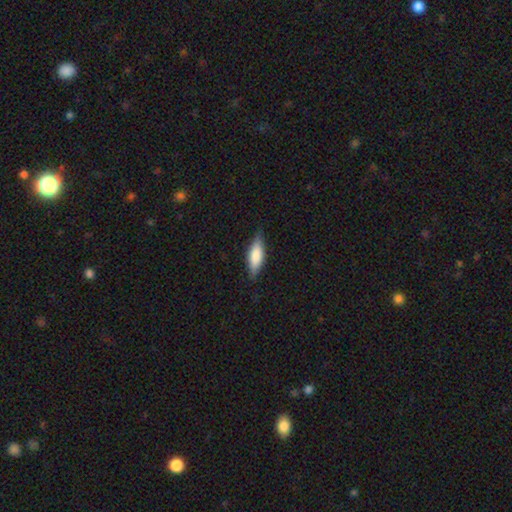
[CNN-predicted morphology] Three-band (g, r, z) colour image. It shows a smooth galaxy with no disk features (75%) that is in between round and cigar-shaped (63%). Merging: none (81%).